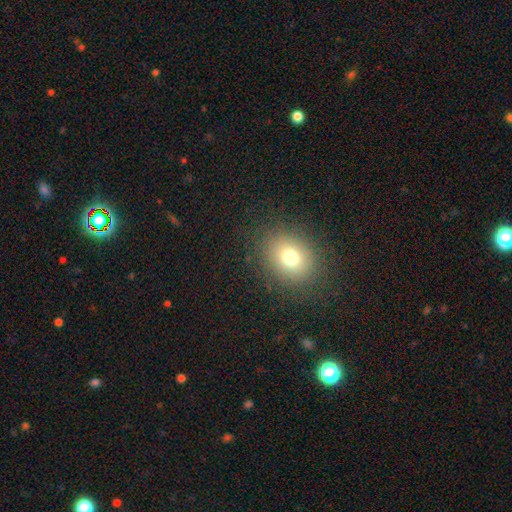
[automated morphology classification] Q: Smooth or featured?
A: smooth (70%); runner-up: star or artifact (20%)
Q: How rounded?
A: round (62%); runner-up: in between (37%)
Q: Merging?
A: none (90%); runner-up: minor disturbance (6%)